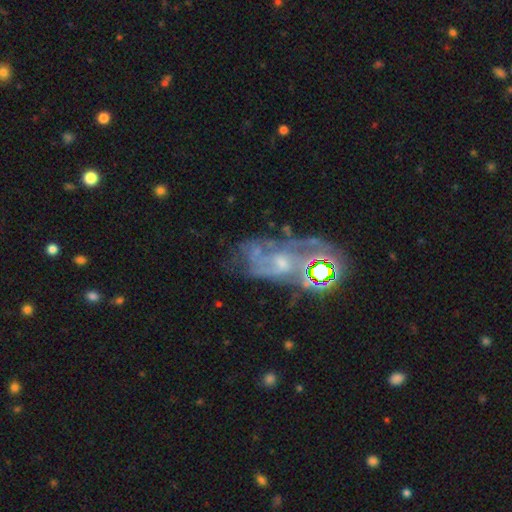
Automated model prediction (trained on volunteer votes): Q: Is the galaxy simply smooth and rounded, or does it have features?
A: featured or disk — 64%.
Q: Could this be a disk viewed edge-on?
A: no — 95%.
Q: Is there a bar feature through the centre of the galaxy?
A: no — 66%.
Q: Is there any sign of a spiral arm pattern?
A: yes — 65%.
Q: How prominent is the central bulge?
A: small — 48%.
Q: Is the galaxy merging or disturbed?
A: none — 38%.